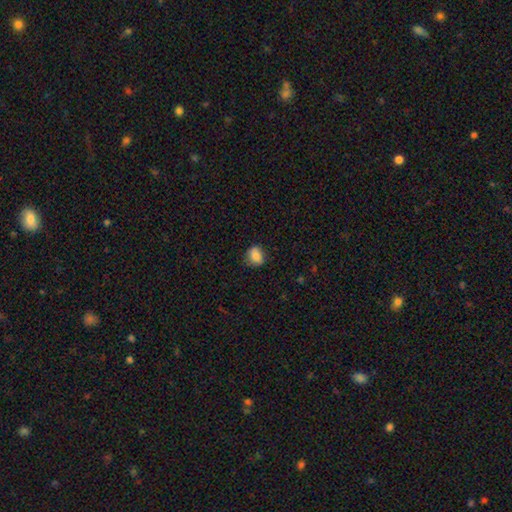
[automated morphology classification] A smooth galaxy with no disk features (80%) that is round (59%). Merging: none (76%).